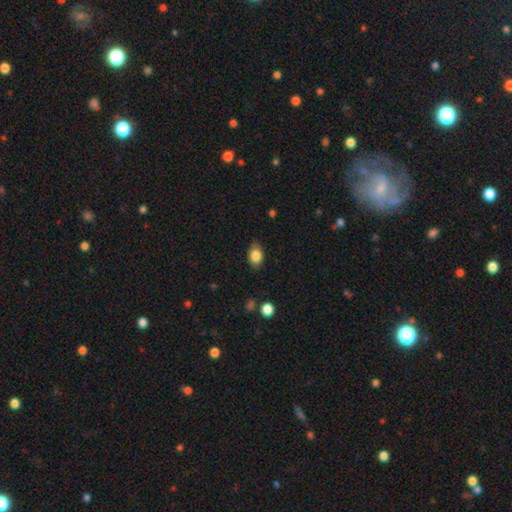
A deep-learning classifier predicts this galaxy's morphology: Q: Smooth or featured?
A: smooth (82%); runner-up: featured or disk (10%)
Q: How rounded?
A: in between (83%); runner-up: round (16%)
Q: Merging?
A: none (82%); runner-up: minor disturbance (14%)